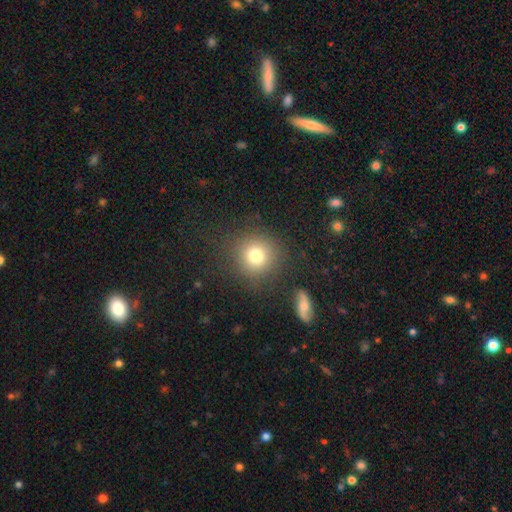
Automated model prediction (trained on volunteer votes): smooth 77%, star or artifact 14%, featured or disk 9%. Down the decision tree: how rounded — round (90%); merging — none (84%).